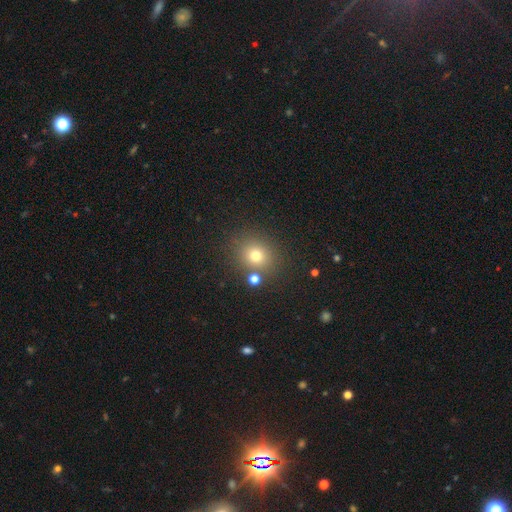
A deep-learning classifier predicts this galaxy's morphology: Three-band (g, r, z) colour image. It shows a smooth galaxy with no disk features (72%) that is round (79%). Merging: none (79%).